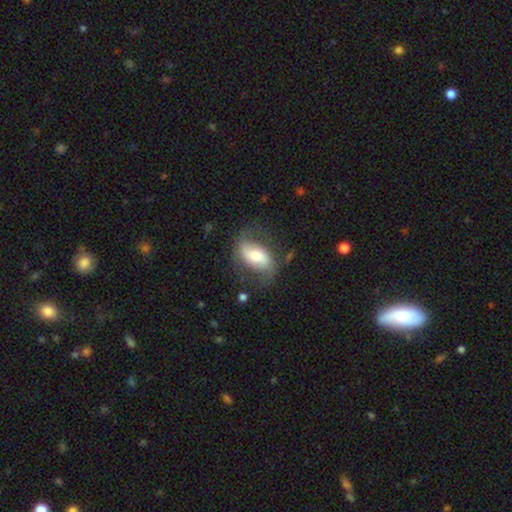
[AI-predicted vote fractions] smooth-or-featured: featured or disk: 60% | smooth: 34% | star or artifact: 7%
  disk-edge-on: no: 92% | yes: 8%
    bar: no: 34% (tied) | weak: 34% (tied) | strong: 32%
    has-spiral-arms: yes: 79% | no: 21%
    bulge-size: moderate: 58% | small: 23% | large: 14% | dominant: 2% | none: 2%
  merging: none: 62% | minor disturbance: 22% | major disturbance: 14% | merger: 2%